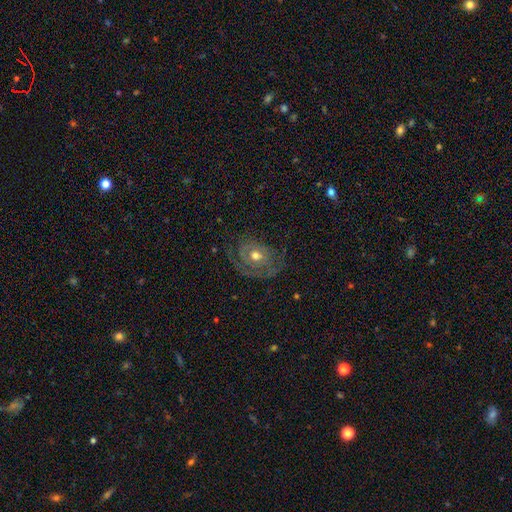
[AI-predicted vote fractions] A featured or disk galaxy (72%) with no bar (76%), tight (59%) spiral arms (75%) and a moderate central bulge (73%).

Vote fractions:
- Smooth or featured? featured or disk: 72% / smooth: 21% / star or artifact: 8%
- Edge-on disk? no: 96% / yes: 4%
- Bar? no: 76% / weak: 20% / strong: 4%
- Spiral arms? yes: 75% / no: 25%
- Spiral winding? tight: 59% / medium: 29% / loose: 13%
- Spiral arm count? can't tell: 37% / 2: 31% / 1: 17% / 3: 8% / 4: 4% / more than 4: 3%
- Bulge size? moderate: 73% / small: 21% / large: 5% / none: 1% / dominant: 1%
- Merging? none: 62% / minor disturbance: 22% / major disturbance: 15% / merger: 1%